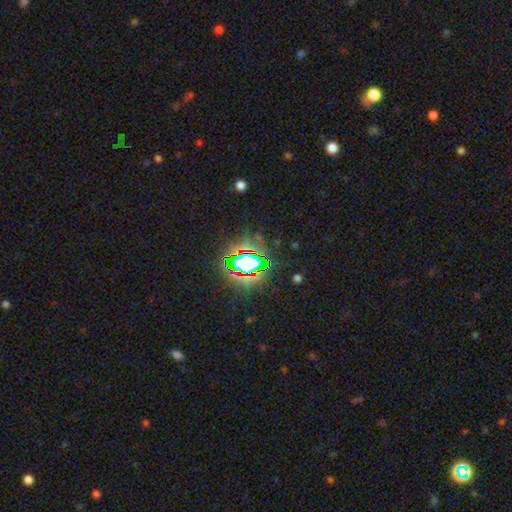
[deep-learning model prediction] Overall: star or artifact (78%).